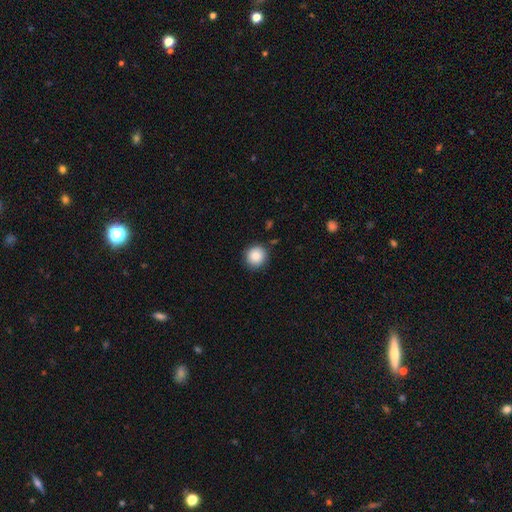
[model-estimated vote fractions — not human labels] Smooth or featured? Predicted: smooth (p=0.87). How rounded? Predicted: round (p=0.92). Merging? Predicted: none (p=0.88).